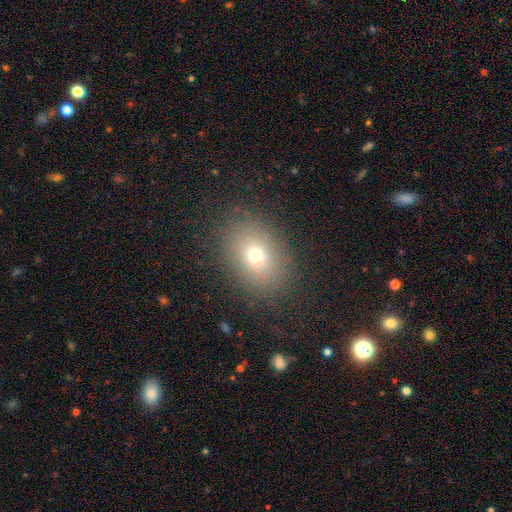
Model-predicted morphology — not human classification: A smooth galaxy with no disk features (70%) that is in between round and cigar-shaped (68%). Merging: none (85%).